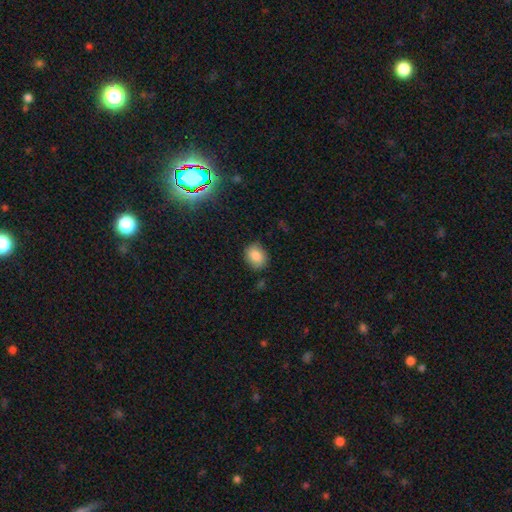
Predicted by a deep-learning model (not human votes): Smooth or featured? Predicted: smooth (p=0.85). How rounded? Predicted: round (p=0.50). Merging? Predicted: none (p=0.81).